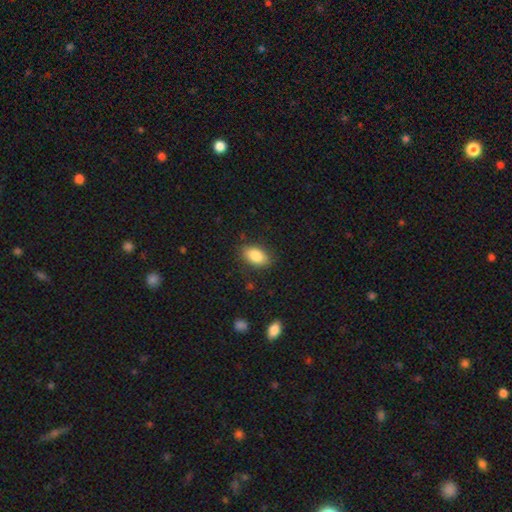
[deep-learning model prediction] Smooth or featured? Predicted: smooth (p=0.86). How rounded? Predicted: in between (p=0.91). Merging? Predicted: none (p=0.84).